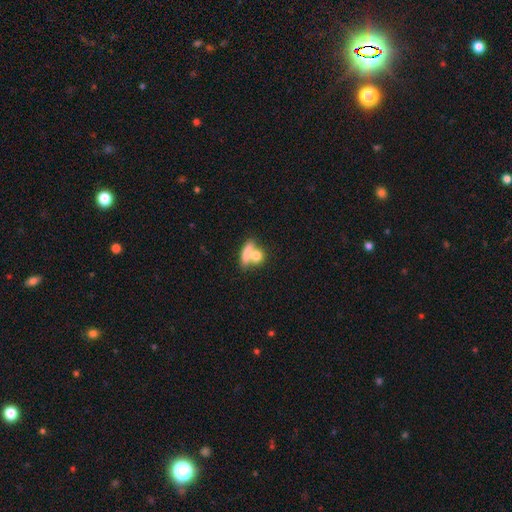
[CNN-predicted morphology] smooth_or_featured: smooth (p=0.76) [alt: featured or disk p=0.15]
how_rounded: in between (p=0.45) [alt: round p=0.38]
merging: merger (p=0.50) [alt: none p=0.36]